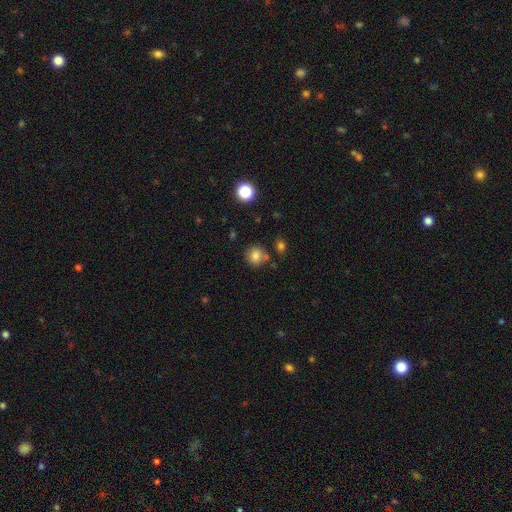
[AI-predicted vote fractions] Q: Smooth or featured?
A: smooth (81%); runner-up: star or artifact (13%)
Q: How rounded?
A: round (89%); runner-up: in between (10%)
Q: Merging?
A: none (75%); runner-up: minor disturbance (13%)